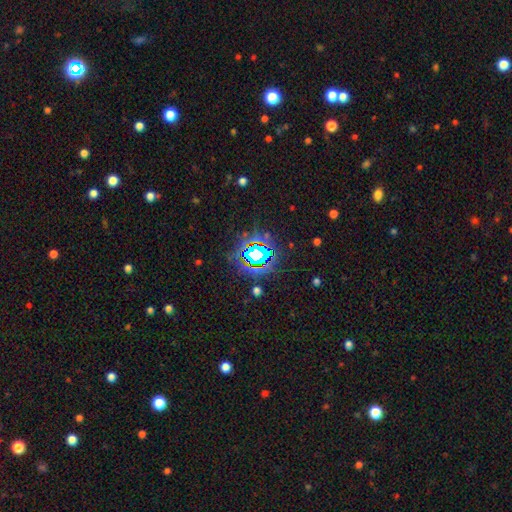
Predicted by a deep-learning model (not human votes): Smooth or featured: star or artifact — 72% (smooth — 16%)